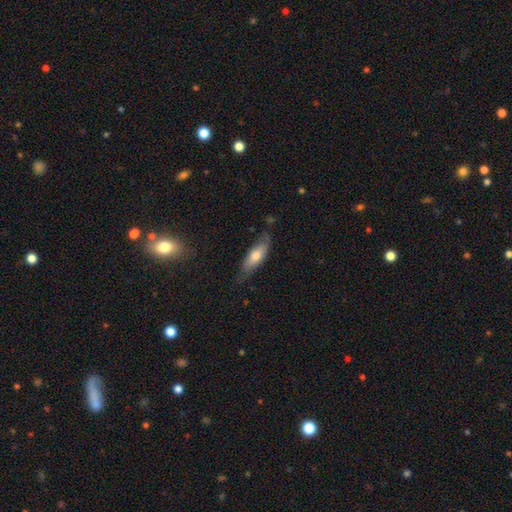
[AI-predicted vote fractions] Smooth or featured: smooth — 65% (featured or disk — 29%)
How rounded: in between — 56% (cigar-shaped — 42%)
Merging: none — 67% (minor disturbance — 25%)